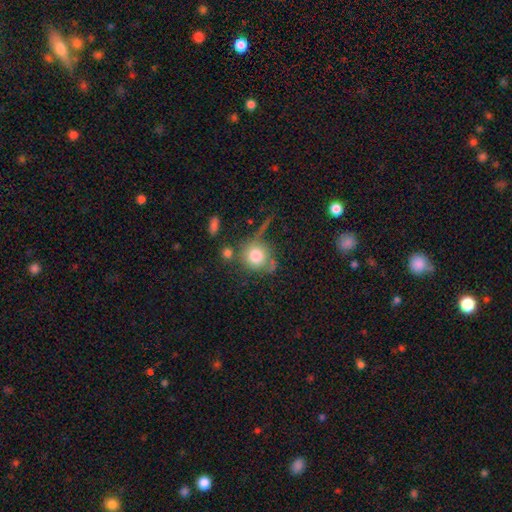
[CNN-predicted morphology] Smooth or featured: smooth — 73% (featured or disk — 17%)
How rounded: round — 86% (in between — 13%)
Merging: none — 50% (minor disturbance — 19%)